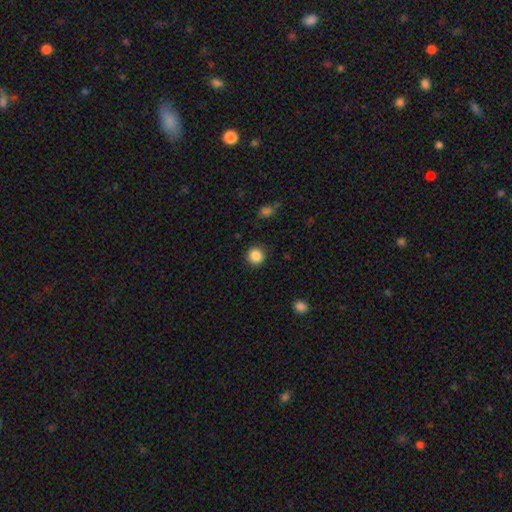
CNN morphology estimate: Smooth or featured? Predicted: smooth (p=0.87). How rounded? Predicted: round (p=0.92). Merging? Predicted: none (p=0.91).